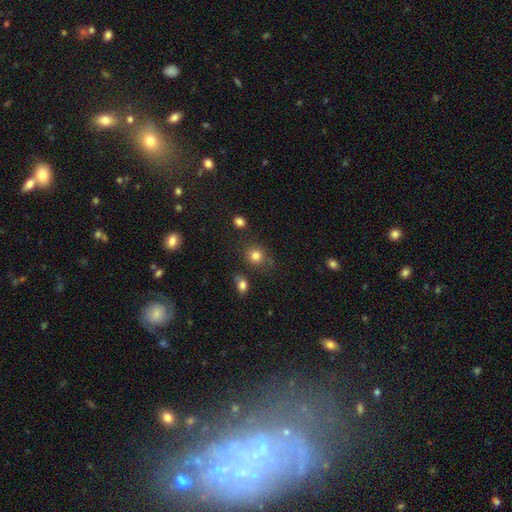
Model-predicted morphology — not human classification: Smooth or featured? Predicted: smooth (p=0.81). How rounded? Predicted: round (p=0.77). Merging? Predicted: none (p=0.69).